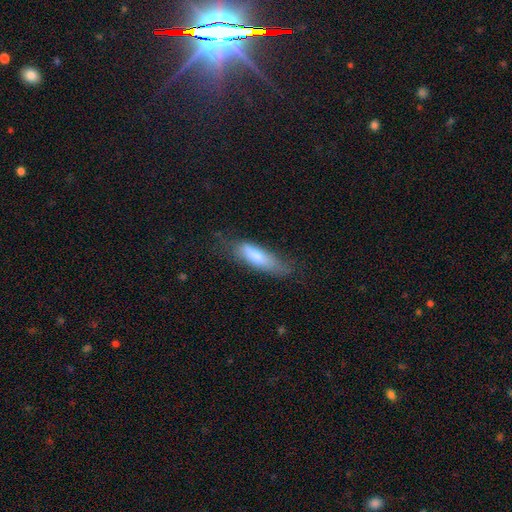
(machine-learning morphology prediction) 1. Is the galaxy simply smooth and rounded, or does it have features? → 74% smooth, 19% featured or disk, 7% star or artifact.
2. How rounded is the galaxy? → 52% cigar-shaped, 46% in between, 2% round.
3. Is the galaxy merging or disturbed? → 50% none, 31% minor disturbance, 16% major disturbance, 2% merger.